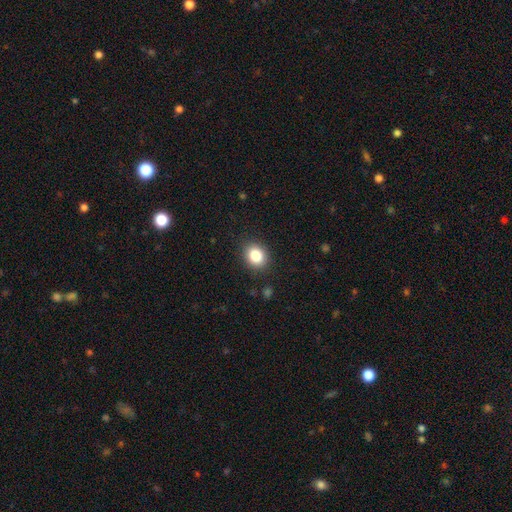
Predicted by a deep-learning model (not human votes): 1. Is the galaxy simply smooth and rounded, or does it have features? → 84% smooth, 10% star or artifact, 6% featured or disk.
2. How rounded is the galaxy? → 59% round, 40% in between, 1% cigar-shaped.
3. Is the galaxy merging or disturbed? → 88% none, 8% minor disturbance, 2% major disturbance, 1% merger.